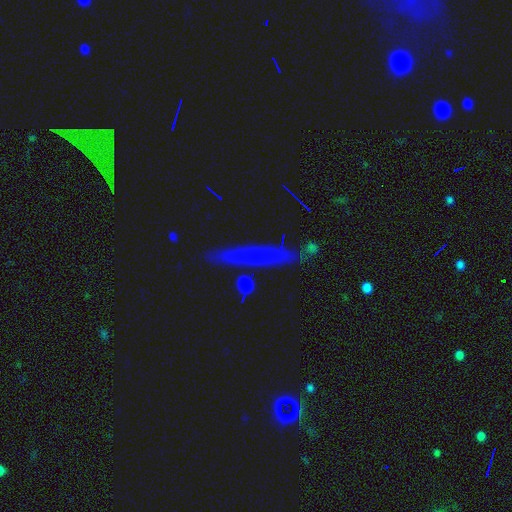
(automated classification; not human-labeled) Smooth or featured? Predicted: smooth (p=0.50). Merging? Predicted: none (p=0.83).